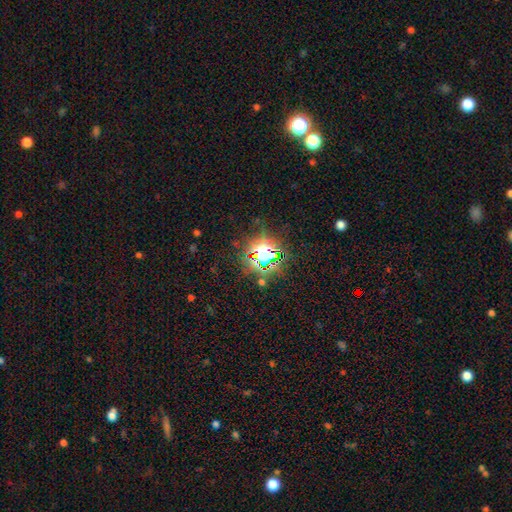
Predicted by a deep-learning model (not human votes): This is likely a star or artifact rather than a galaxy (80%).